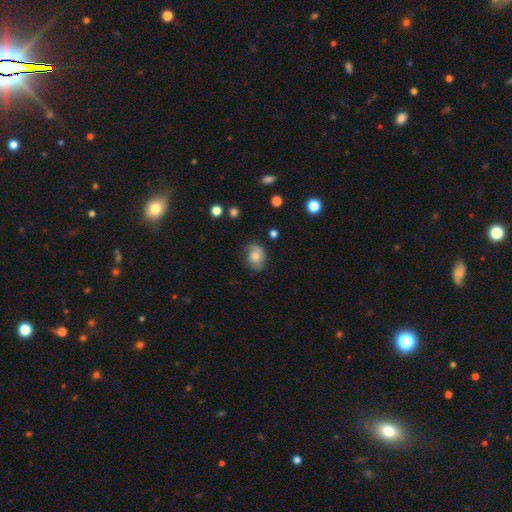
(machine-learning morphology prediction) Overall: smooth (68%). How rounded: in between (55%; round 44%). Merging: none (68%).